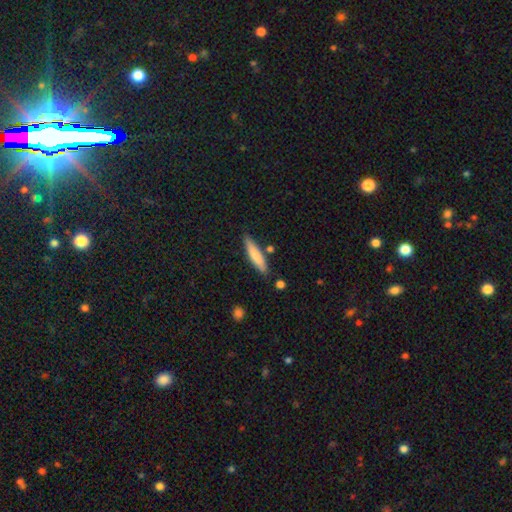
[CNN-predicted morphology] Smooth or featured? Predicted: smooth (p=0.76). How rounded? Predicted: cigar-shaped (p=0.82). Merging? Predicted: none (p=0.81).